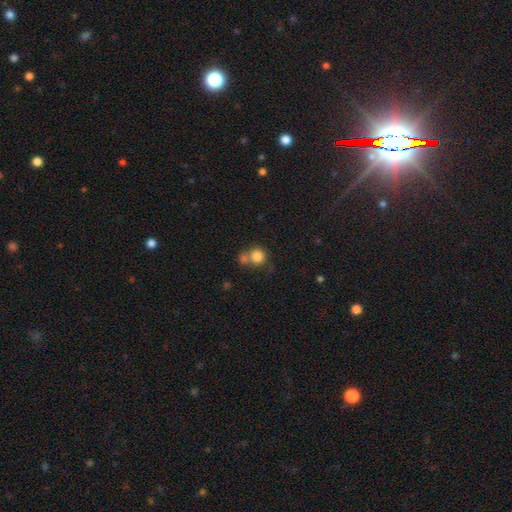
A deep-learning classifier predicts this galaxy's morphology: smooth_or_featured: smooth (p=0.82) [alt: star or artifact p=0.10]
how_rounded: round (p=0.88) [alt: in between p=0.11]
merging: none (p=0.48) [alt: merger p=0.37]